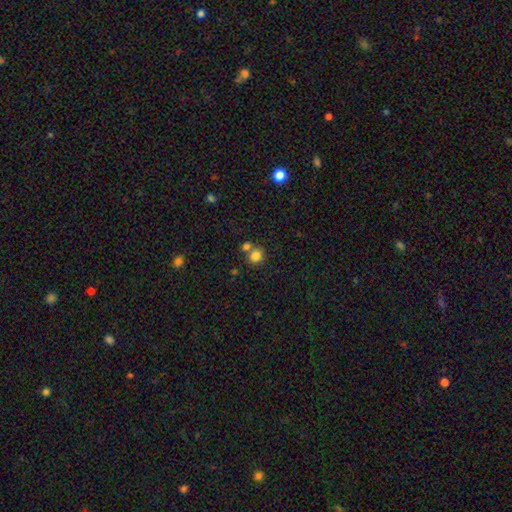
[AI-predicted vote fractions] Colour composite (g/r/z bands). It shows a smooth galaxy with no disk features (82%) that is round (78%). Merging: none (58%).